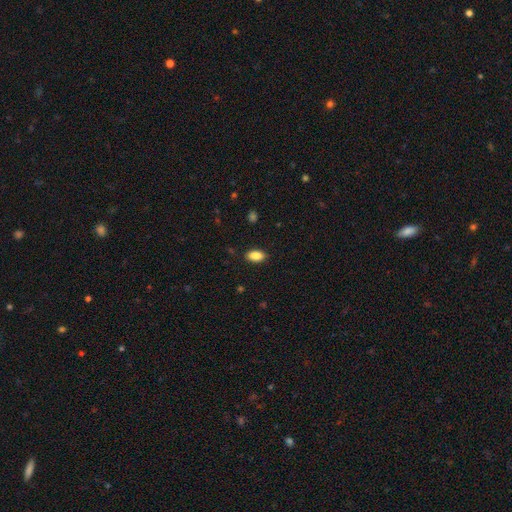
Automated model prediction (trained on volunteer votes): smooth-or-featured: smooth: 88% | star or artifact: 7% | featured or disk: 4%
  how-rounded: in between: 93% | round: 4% | cigar-shaped: 4%
  merging: none: 89% | minor disturbance: 8% | major disturbance: 2% | merger: 1%